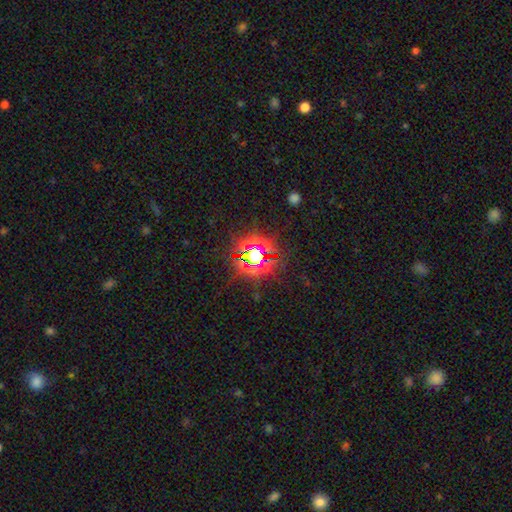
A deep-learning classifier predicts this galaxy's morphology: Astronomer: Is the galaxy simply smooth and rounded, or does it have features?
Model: star or artifact — 74%.